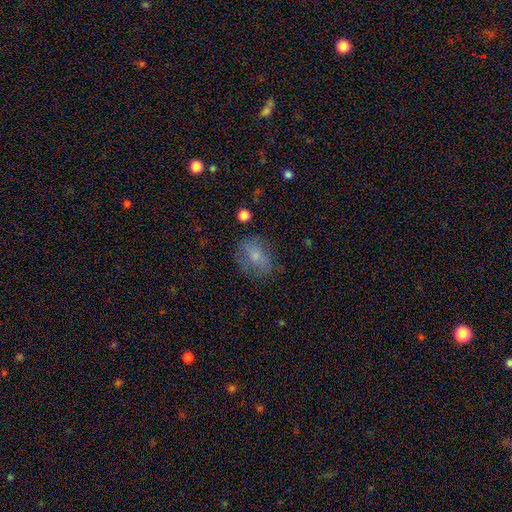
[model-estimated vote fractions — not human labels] This appears to be a smooth galaxy with no disk features (66%) that is in between round and cigar-shaped (63%). Merging: none (66%).